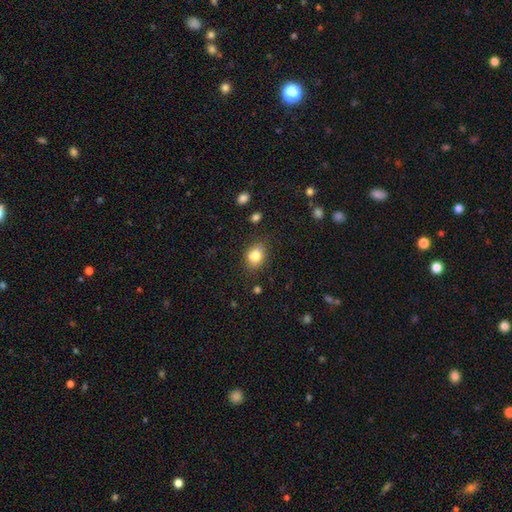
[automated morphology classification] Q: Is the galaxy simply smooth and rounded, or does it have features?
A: smooth — 76%.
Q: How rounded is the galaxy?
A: in between — 53%.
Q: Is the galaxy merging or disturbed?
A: none — 73%.